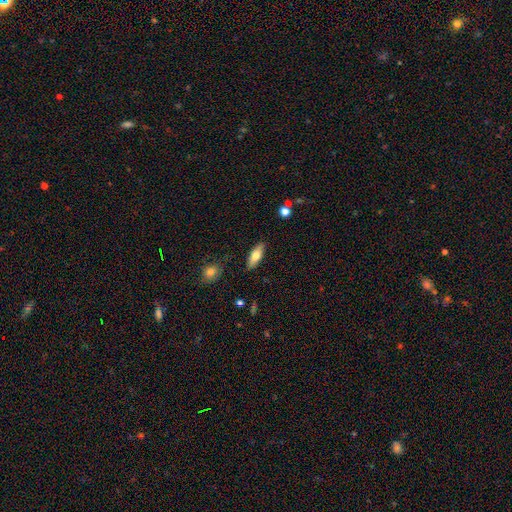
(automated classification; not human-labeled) Overall: smooth (70%). How rounded: in between (66%; cigar-shaped 32%). Merging: none (87%).